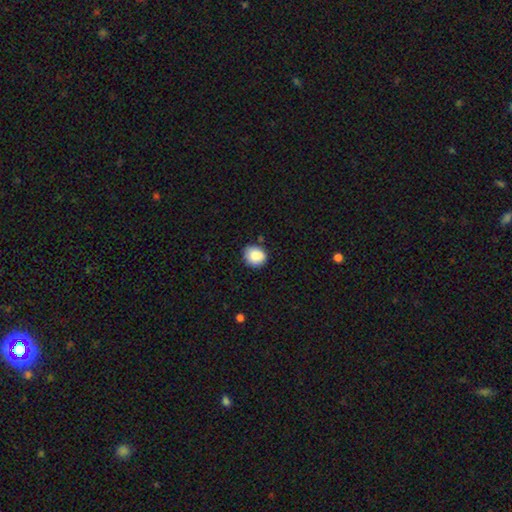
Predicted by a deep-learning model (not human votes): Smooth or featured: smooth — 86% (star or artifact — 8%)
How rounded: round — 71% (in between — 28%)
Merging: none — 78% (minor disturbance — 17%)